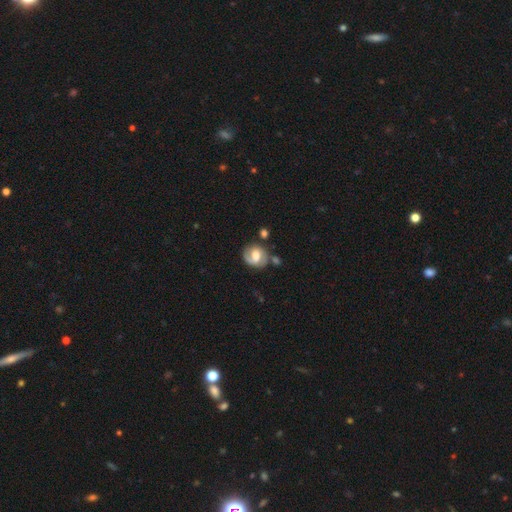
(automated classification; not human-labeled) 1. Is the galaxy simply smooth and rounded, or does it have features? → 64% featured or disk, 29% smooth, 7% star or artifact.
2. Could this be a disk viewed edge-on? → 97% no, 3% yes.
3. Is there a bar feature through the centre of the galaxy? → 47% weak, 38% no, 15% strong.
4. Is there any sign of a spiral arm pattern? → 85% yes, 15% no.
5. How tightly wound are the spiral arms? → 43% medium, 38% tight, 18% loose.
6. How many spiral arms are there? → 73% 2, 14% 1, 9% can't tell, 2% 3, 1% 4, 1% more than 4.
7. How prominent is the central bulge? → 56% moderate, 25% large, 13% small, 4% none, 2% dominant.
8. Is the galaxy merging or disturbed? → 61% none, 20% minor disturbance, 10% merger, 8% major disturbance.